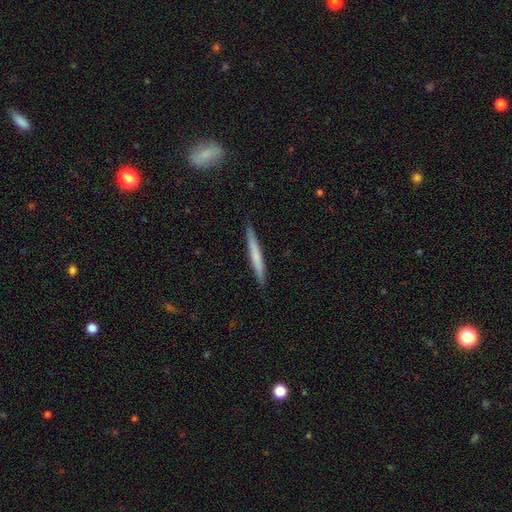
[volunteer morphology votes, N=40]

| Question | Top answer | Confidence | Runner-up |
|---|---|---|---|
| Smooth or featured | smooth | 62% | featured or disk (35%) |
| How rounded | cigar-shaped | 96% | round (4%) |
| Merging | none | 97% | minor disturbance (3%) |